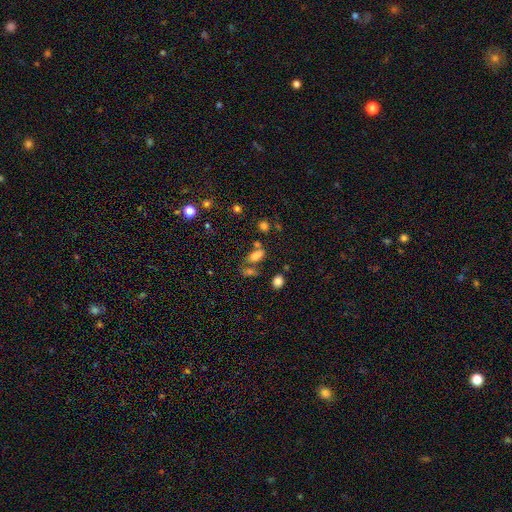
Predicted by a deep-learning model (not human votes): A smooth galaxy with no disk features (71%) that is in between round and cigar-shaped (77%).

Vote fractions:
- Smooth or featured? smooth: 71% / star or artifact: 17% / featured or disk: 12%
- How rounded? in between: 77% / cigar-shaped: 13% / round: 9%
- Merging? none: 49% / merger: 27% / minor disturbance: 15% / major disturbance: 9%